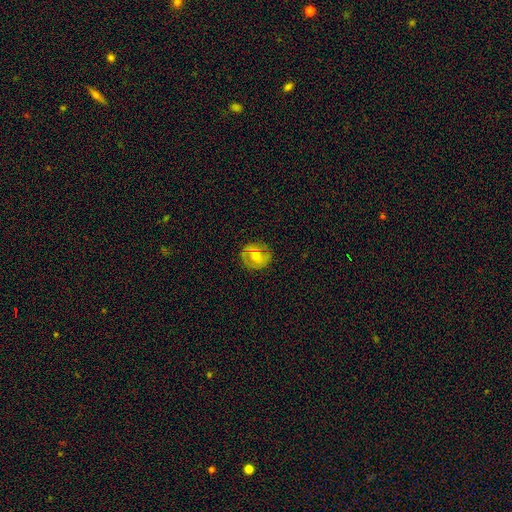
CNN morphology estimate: This appears to be a smooth galaxy with no disk features (47%). Merging: none (81%).